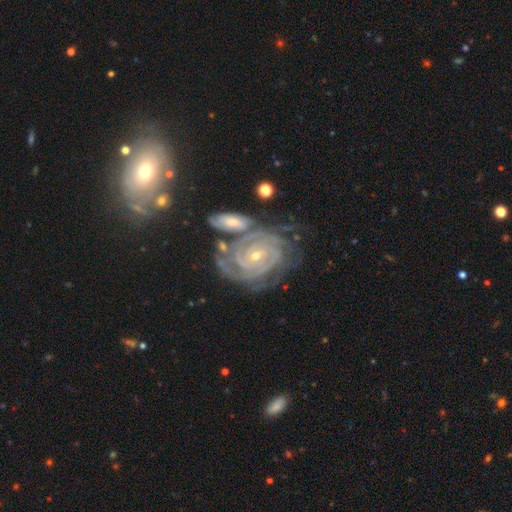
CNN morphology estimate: This is clearly a featured or disk galaxy (82%). It is clearly not viewed edge-on (96%). Bar: likely no (70%). Spiral arm pattern: clearly yes (92%). Spiral arm count: marginally can't tell (40%). Spiral winding: likely tight (80%). Central bulge: likely small (67%). Merging: possibly none (57%).